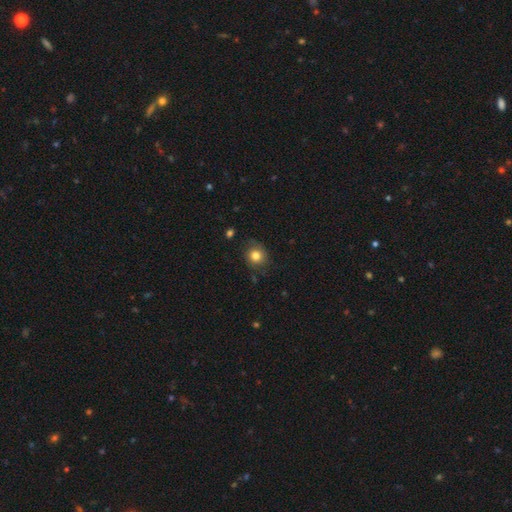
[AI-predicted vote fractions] This is clearly a smooth galaxy (80%). How rounded: clearly round (82%). Merging: likely none (76%).